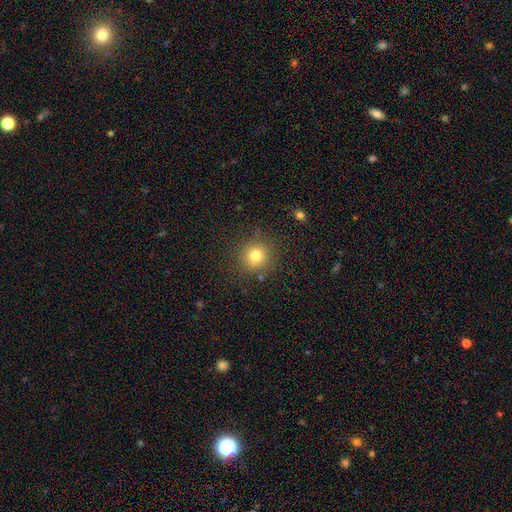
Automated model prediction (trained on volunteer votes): A smooth galaxy with no disk features (78%) that is round (91%).

Vote fractions:
- Smooth or featured? smooth: 78% / star or artifact: 14% / featured or disk: 8%
- How rounded? round: 91% / in between: 8% / cigar-shaped: 1%
- Merging? none: 84% / minor disturbance: 10% / major disturbance: 4% / merger: 2%